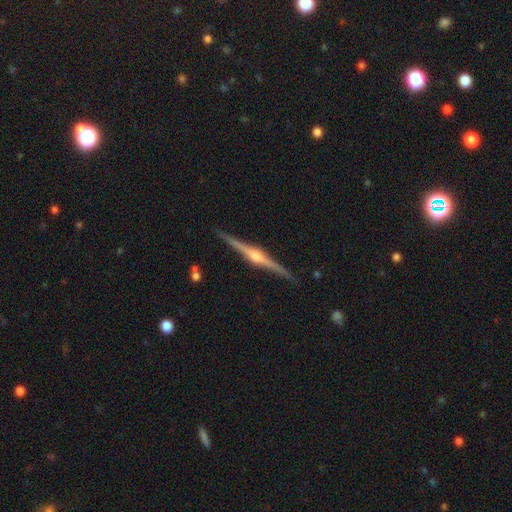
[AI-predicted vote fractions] Smooth or featured?
  - featured or disk: 89% *
  - smooth: 6%
  - star or artifact: 5%
Edge-on disk?
  - yes: 99% *
  - no: 1%
Edge-on bulge?
  - rounded: 90% *
  - boxy: 7%
  - none: 3%
Merging?
  - none: 92% *
  - minor disturbance: 6%
  - major disturbance: 1%
  - merger: 1%